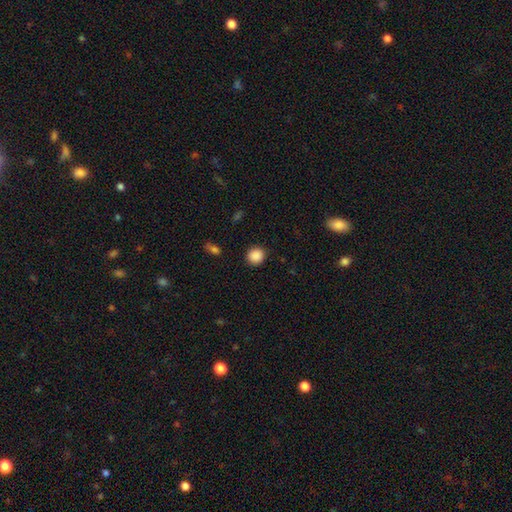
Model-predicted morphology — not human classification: Smooth or featured? Predicted: smooth (p=0.88). How rounded? Predicted: round (p=0.89). Merging? Predicted: none (p=0.90).